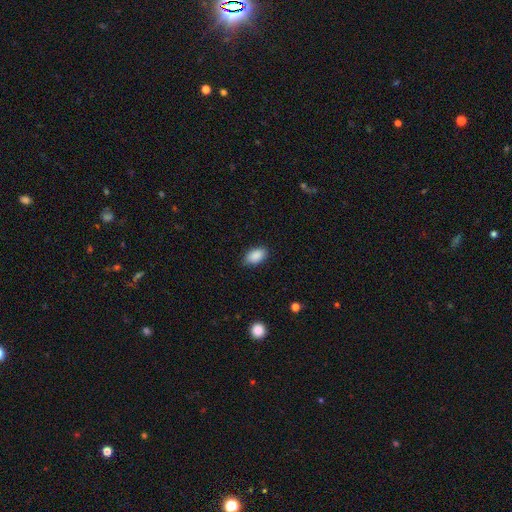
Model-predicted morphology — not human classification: Smooth or featured: smooth — 89% (star or artifact — 7%)
How rounded: in between — 92% (round — 6%)
Merging: none — 86% (minor disturbance — 11%)